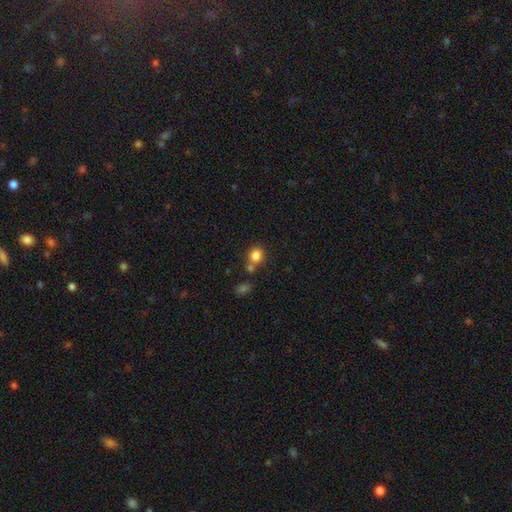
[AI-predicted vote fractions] Q: Smooth or featured?
A: smooth (83%); runner-up: star or artifact (11%)
Q: How rounded?
A: round (73%); runner-up: in between (26%)
Q: Merging?
A: none (58%); runner-up: merger (26%)